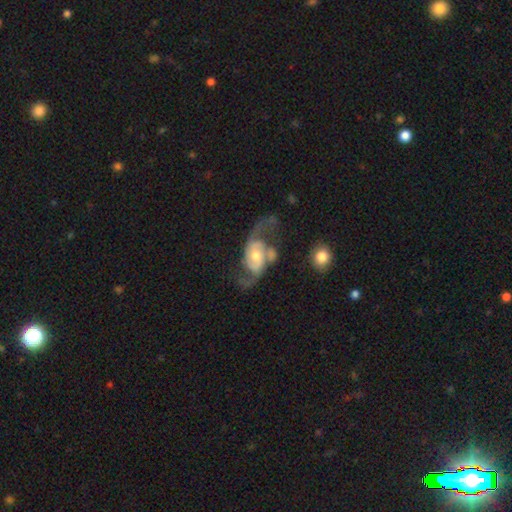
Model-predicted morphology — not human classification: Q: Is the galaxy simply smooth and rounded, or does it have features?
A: featured or disk — 85%.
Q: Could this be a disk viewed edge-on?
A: no — 97%.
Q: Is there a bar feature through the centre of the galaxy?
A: no — 60%.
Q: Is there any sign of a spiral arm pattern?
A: yes — 94%.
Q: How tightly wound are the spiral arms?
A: loose — 63%.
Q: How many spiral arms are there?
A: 2 — 91%.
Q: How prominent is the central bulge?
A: moderate — 60%.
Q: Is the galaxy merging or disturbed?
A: none — 45%.